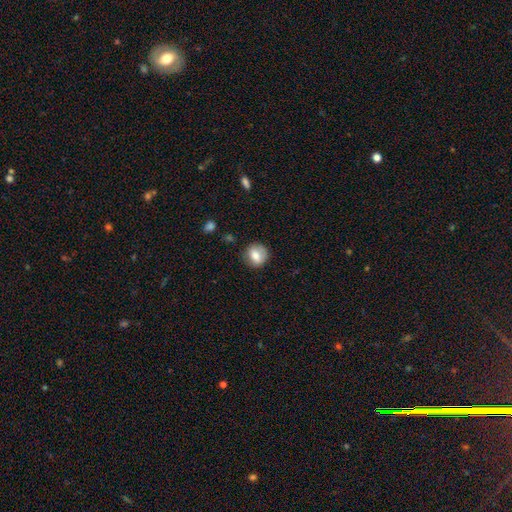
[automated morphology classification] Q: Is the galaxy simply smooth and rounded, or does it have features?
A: smooth — 74%.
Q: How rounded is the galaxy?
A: round — 80%.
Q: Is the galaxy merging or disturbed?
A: none — 80%.